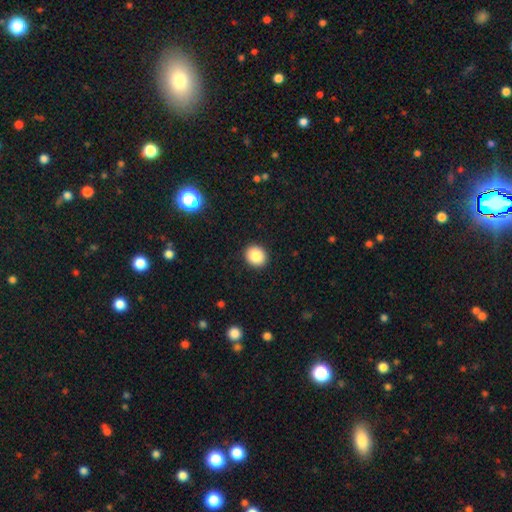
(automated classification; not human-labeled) Morphology: type=smooth (86%); roundness=round (74%); merging=none (92%).